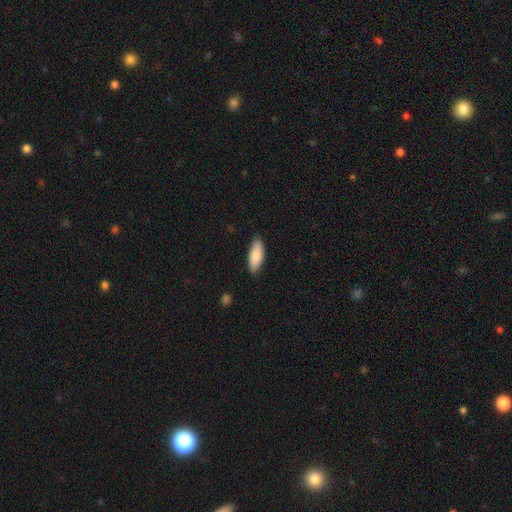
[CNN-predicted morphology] smooth-or-featured: smooth: 85% | featured or disk: 10% | star or artifact: 5%
  how-rounded: in between: 71% | cigar-shaped: 27% | round: 2%
  merging: none: 84% | minor disturbance: 13% | major disturbance: 2% | merger: 1%